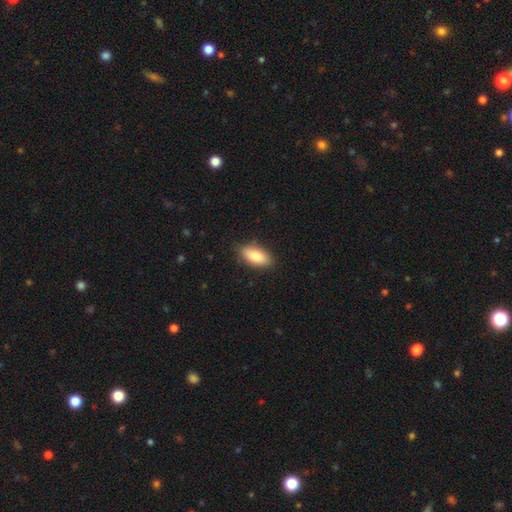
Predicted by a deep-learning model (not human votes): smooth 82%, featured or disk 11%, star or artifact 7%. Down the decision tree: how rounded — in between (88%); merging — none (85%).